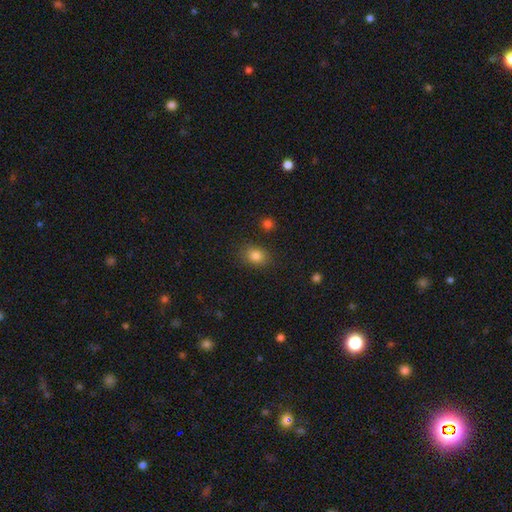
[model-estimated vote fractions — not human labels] A smooth galaxy with no disk features (83%) that is in between round and cigar-shaped (53%). Merging: none (83%).